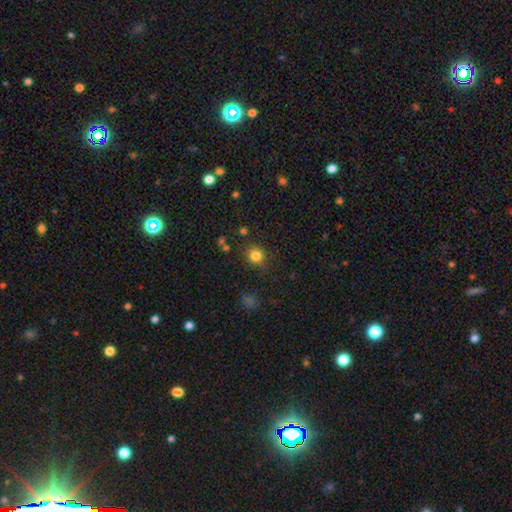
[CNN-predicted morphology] type=smooth (81%); roundness=round (89%); merging=none (84%).